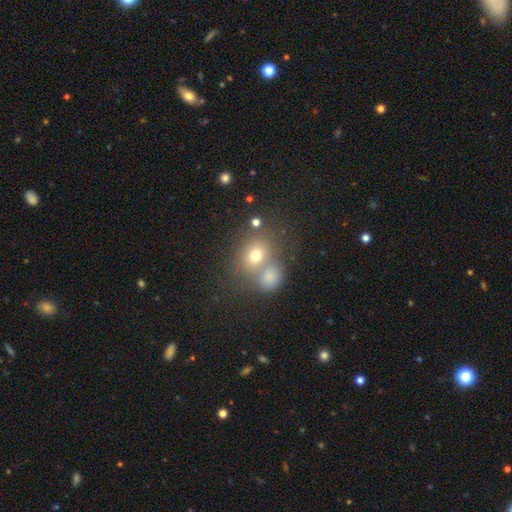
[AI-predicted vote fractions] smooth 69%, star or artifact 16%, featured or disk 15%. Down the decision tree: how rounded — round (63%); merging — none (43%, tied with merger).